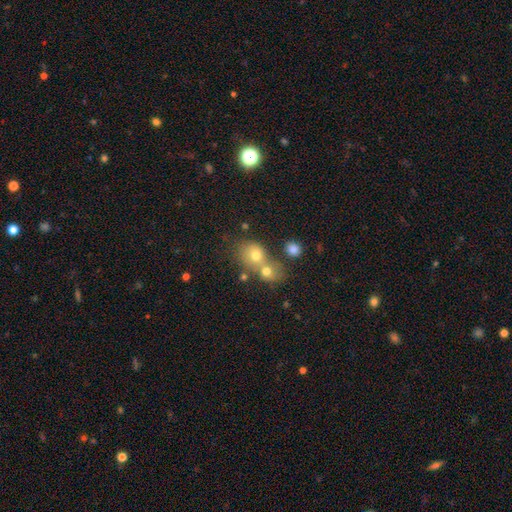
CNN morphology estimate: The model was most divided on "merging": merger: 55%, none: 34%, minor disturbance: 7%, major disturbance: 4%. More confident: smooth or featured — smooth (67%); how rounded — round (65%).